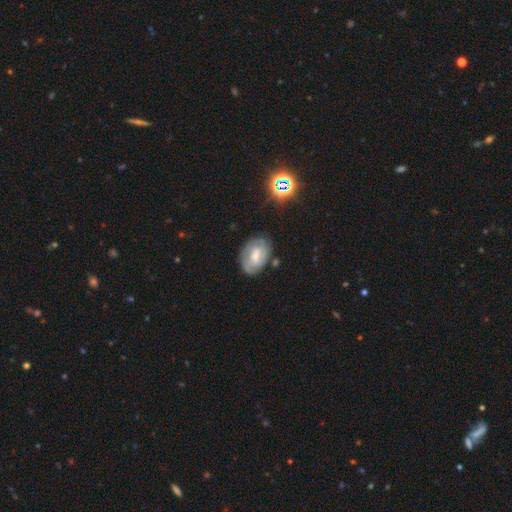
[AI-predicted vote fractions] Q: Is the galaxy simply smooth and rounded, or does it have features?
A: featured or disk — 62%.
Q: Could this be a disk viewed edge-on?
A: no — 96%.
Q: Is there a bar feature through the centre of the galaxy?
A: weak — 51%.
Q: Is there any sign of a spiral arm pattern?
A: yes — 74%.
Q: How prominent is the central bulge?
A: moderate — 48%.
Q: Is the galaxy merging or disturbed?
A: none — 67%.